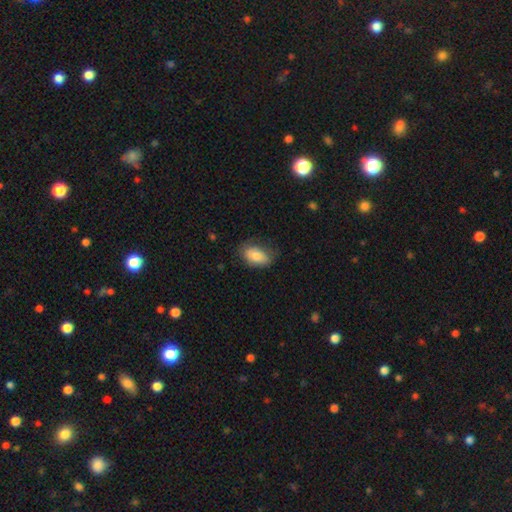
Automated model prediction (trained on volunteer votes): Smooth or featured: smooth — 79% (featured or disk — 14%)
How rounded: in between — 91% (round — 7%)
Merging: none — 69% (minor disturbance — 23%)